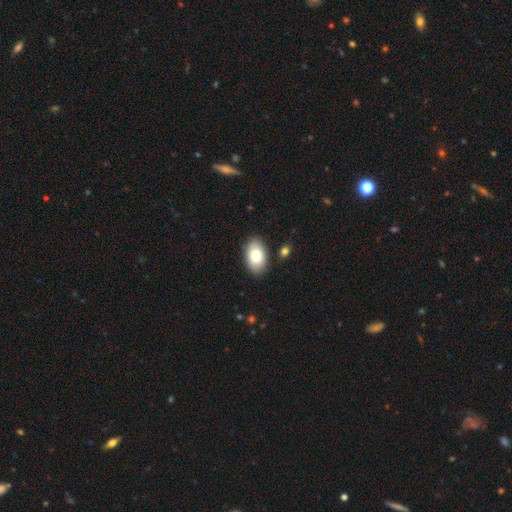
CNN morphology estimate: type=smooth (80%); roundness=in between (92%); merging=none (86%).